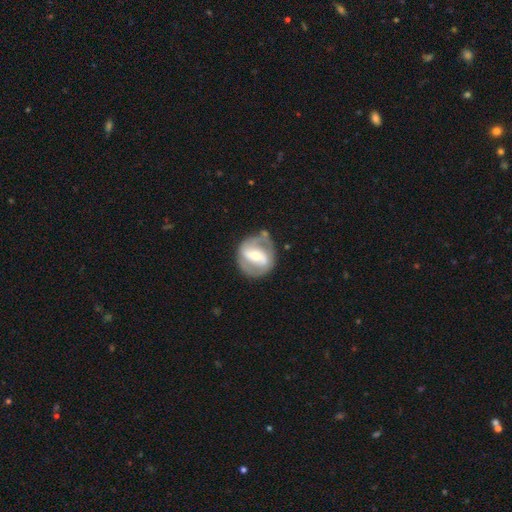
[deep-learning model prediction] Morphology: type=featured or disk (73%); edge-on=no (96%); bar=strong (53%); spiral arms=yes (68%); bulge=moderate (57%); merging=none (69%).